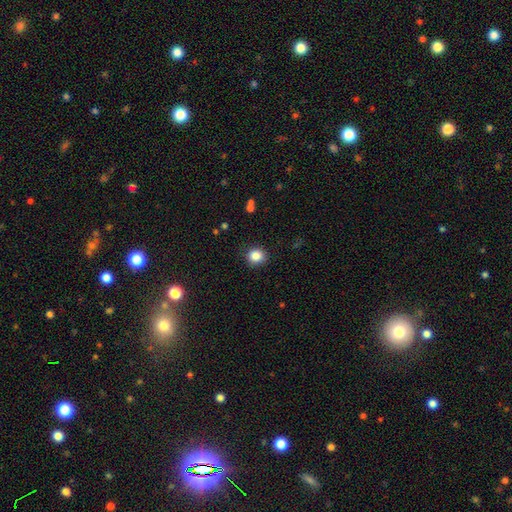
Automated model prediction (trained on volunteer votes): Q: Smooth or featured?
A: smooth (85%); runner-up: star or artifact (11%)
Q: How rounded?
A: round (82%); runner-up: in between (17%)
Q: Merging?
A: none (89%); runner-up: minor disturbance (8%)